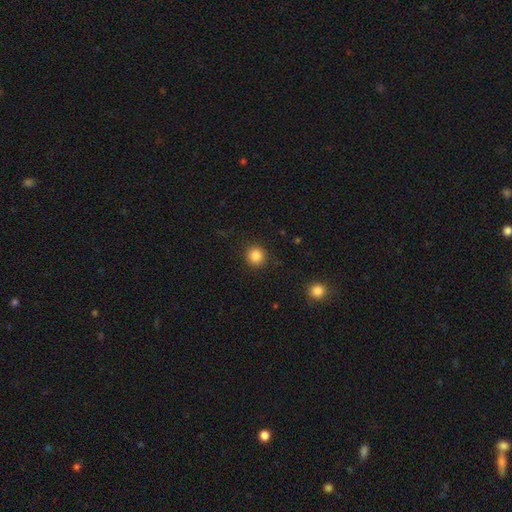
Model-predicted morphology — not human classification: A smooth galaxy with no disk features (85%) that is round (91%). Merging: none (90%).